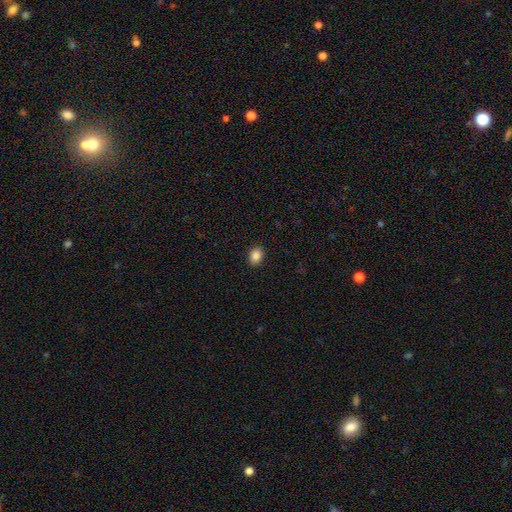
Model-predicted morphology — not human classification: Smooth or featured? Predicted: smooth (p=0.87). How rounded? Predicted: in between (p=0.66). Merging? Predicted: none (p=0.90).